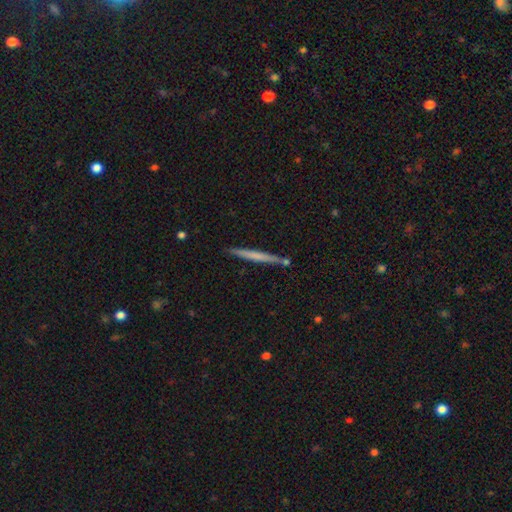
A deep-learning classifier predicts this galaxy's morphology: Overall: smooth (56%; featured or disk 39%). How rounded: cigar-shaped (97%). Merging: none (87%).